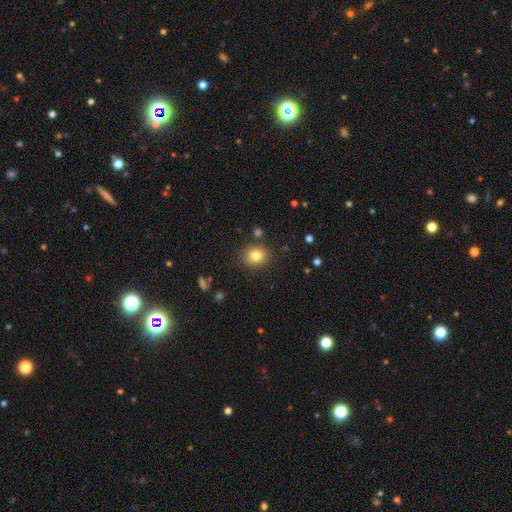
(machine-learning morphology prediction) smooth 80%, star or artifact 11%, featured or disk 8%. Down the decision tree: how rounded — round (74%); merging — none (86%).